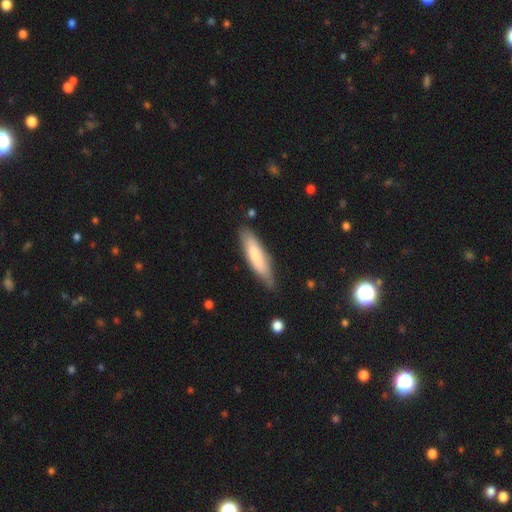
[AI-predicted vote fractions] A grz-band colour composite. It shows a smooth galaxy with no disk features (72%) that is cigar-shaped (72%). Merging: none (75%).